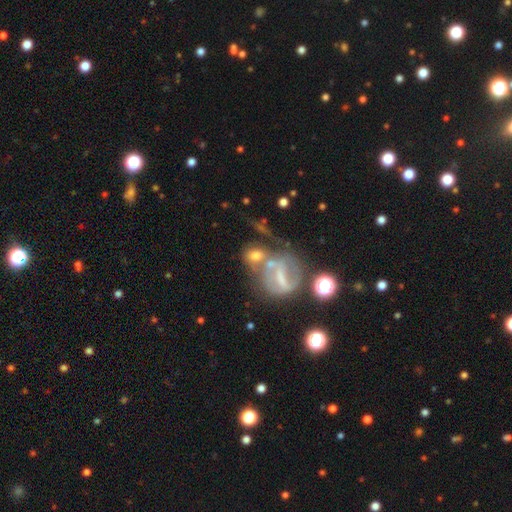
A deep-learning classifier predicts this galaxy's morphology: Smooth or featured: smooth — 44% (featured or disk — 41%)
Merging: merger — 43% (none — 28%)